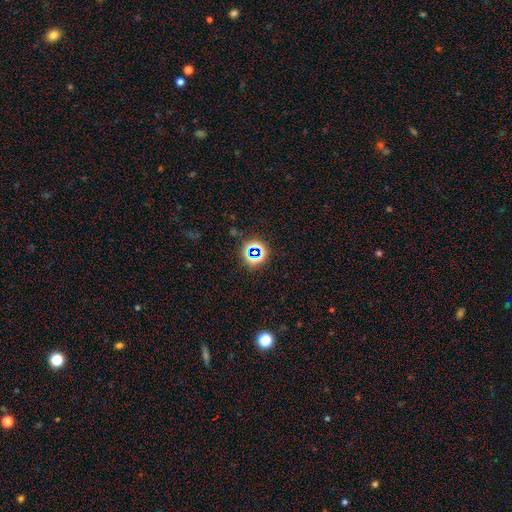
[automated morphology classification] smooth_or_featured: star or artifact (p=0.67) [alt: smooth p=0.23]